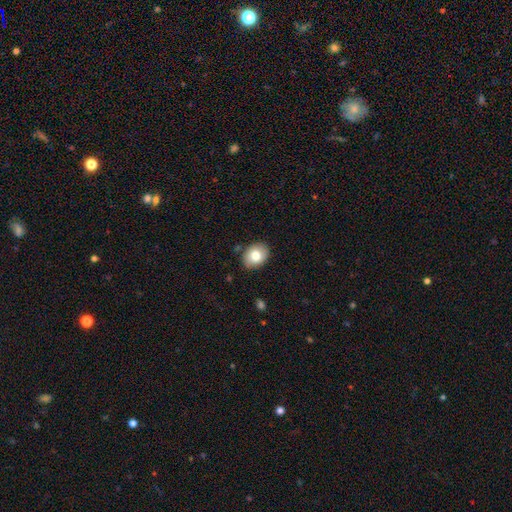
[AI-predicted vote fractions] Q: Smooth or featured?
A: smooth (79%); runner-up: featured or disk (14%)
Q: How rounded?
A: in between (68%); runner-up: round (31%)
Q: Merging?
A: none (85%); runner-up: minor disturbance (11%)